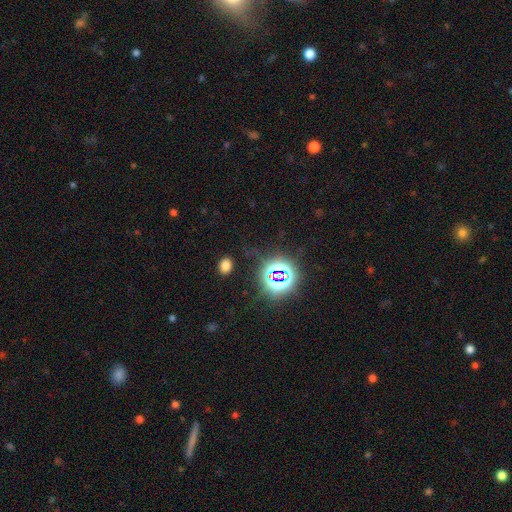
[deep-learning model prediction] Overall: star or artifact (76%).